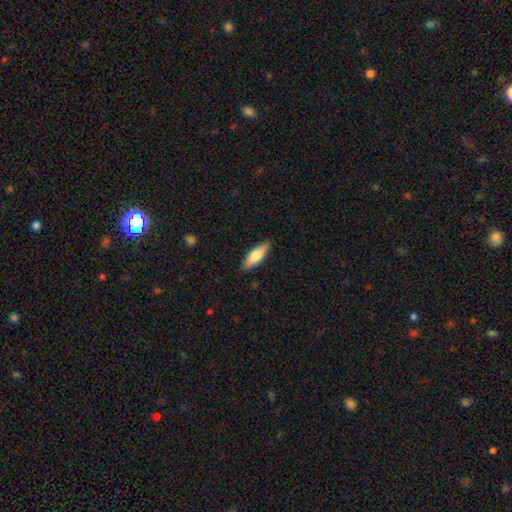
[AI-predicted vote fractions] This is likely a smooth galaxy (71%). How rounded: possibly in between (54%). Merging: clearly none (88%).